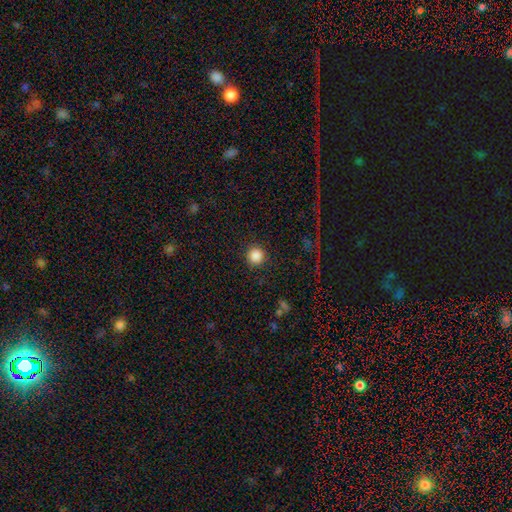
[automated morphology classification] Smooth or featured: smooth — 87% (star or artifact — 10%)
How rounded: round — 95% (in between — 4%)
Merging: none — 91% (minor disturbance — 6%)